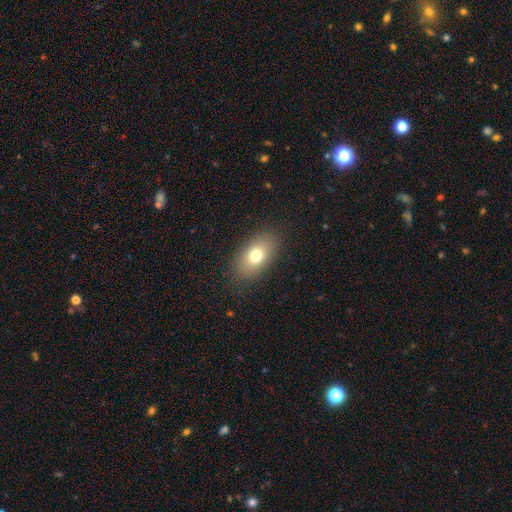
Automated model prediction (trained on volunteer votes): Smooth or featured?
  - smooth: 75% *
  - featured or disk: 16%
  - star or artifact: 10%
How rounded?
  - in between: 88% *
  - round: 8%
  - cigar-shaped: 4%
Merging?
  - none: 85% *
  - minor disturbance: 10%
  - major disturbance: 4%
  - merger: 1%